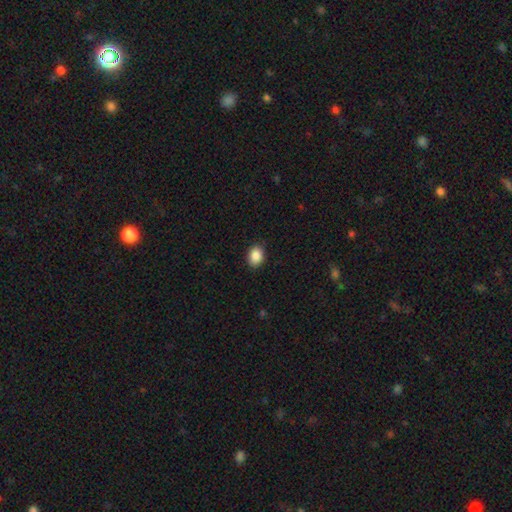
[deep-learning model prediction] smooth 88%, star or artifact 8%, featured or disk 4%. Down the decision tree: how rounded — in between (63%); merging — none (87%).